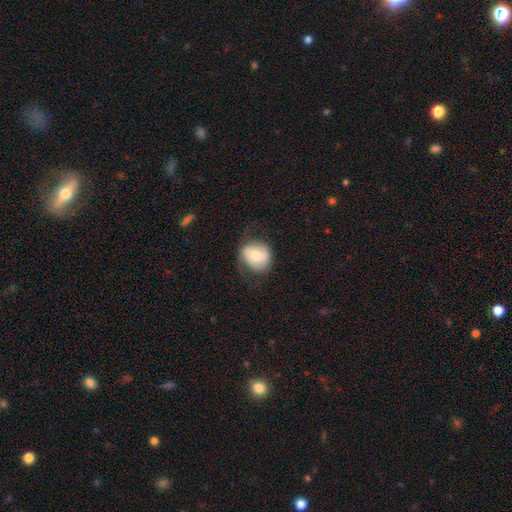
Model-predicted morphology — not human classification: A smooth galaxy with no disk features (65%) that is round (69%). Merging: none (64%).